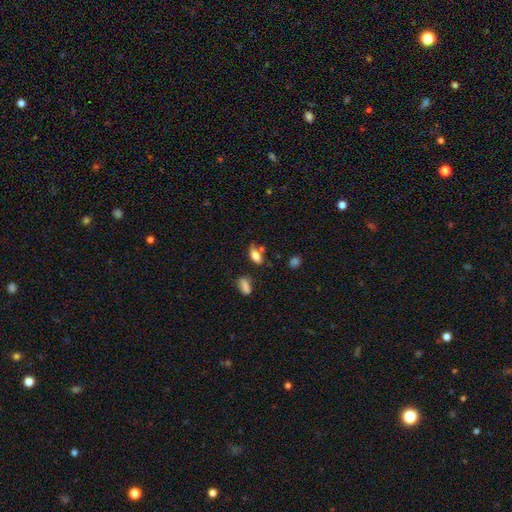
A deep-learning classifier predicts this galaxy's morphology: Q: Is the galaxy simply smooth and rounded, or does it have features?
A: smooth — 78%.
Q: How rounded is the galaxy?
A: in between — 84%.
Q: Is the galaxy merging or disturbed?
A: none — 55%.